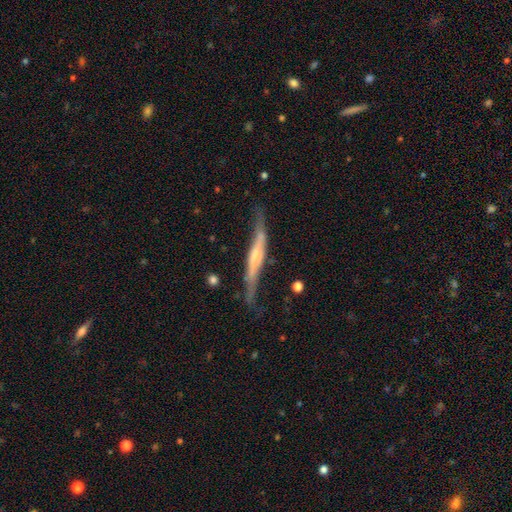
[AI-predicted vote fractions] smooth_or_featured: featured or disk (p=0.70) [alt: smooth p=0.24]
disk_edge_on: yes (p=0.86) [alt: no p=0.14]
edge_on_bulge: rounded (p=0.50) [alt: none p=0.29]
merging: none (p=0.59) [alt: minor disturbance p=0.27]